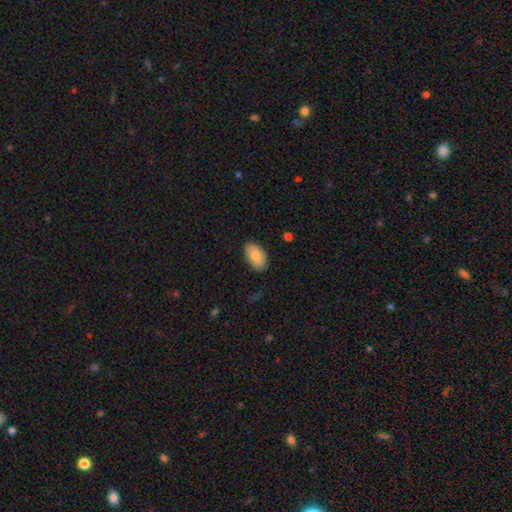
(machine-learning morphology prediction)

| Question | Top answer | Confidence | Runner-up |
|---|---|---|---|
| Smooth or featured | smooth | 84% | featured or disk (10%) |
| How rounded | in between | 94% | round (4%) |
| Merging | none | 85% | minor disturbance (11%) |